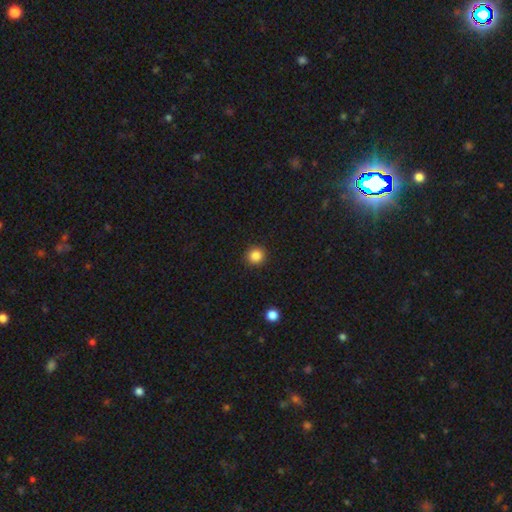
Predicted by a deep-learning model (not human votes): Smooth or featured? Predicted: smooth (p=0.85). How rounded? Predicted: round (p=0.93). Merging? Predicted: none (p=0.92).